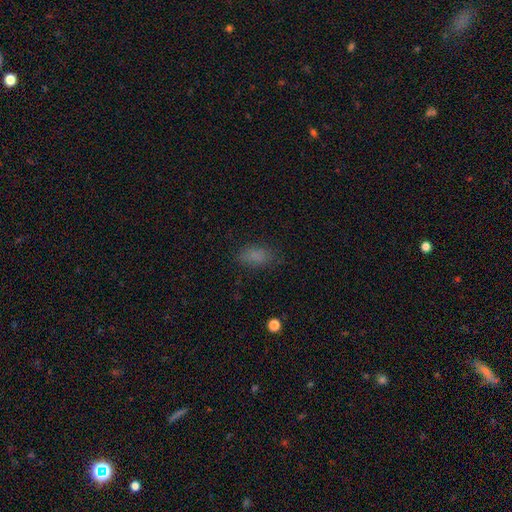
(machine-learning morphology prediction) Smooth or featured: smooth — 80% (star or artifact — 13%)
How rounded: in between — 87% (round — 8%)
Merging: none — 76% (minor disturbance — 17%)